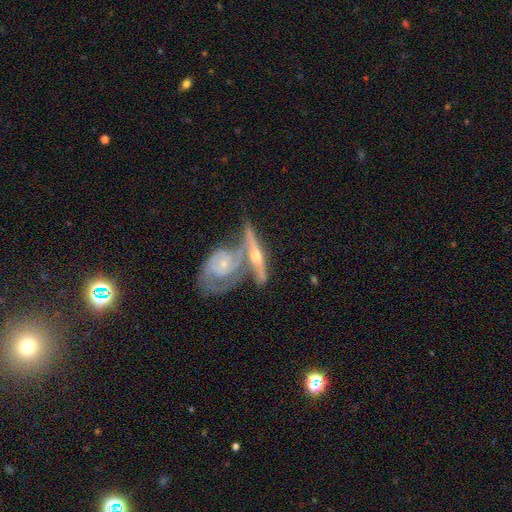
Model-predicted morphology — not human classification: A featured or disk galaxy (83%) viewed edge-on (66%) with a rounded central bulge (90%).

Vote fractions:
- Smooth or featured? featured or disk: 83% / smooth: 12% / star or artifact: 5%
- Edge-on disk? yes: 66% / no: 34%
- Edge-on bulge? rounded: 90% / none: 7% / boxy: 3%
- Merging? merger: 43% / none: 38% / minor disturbance: 13% / major disturbance: 6%